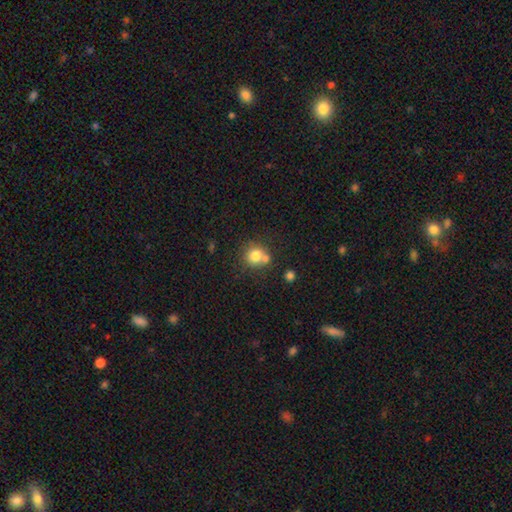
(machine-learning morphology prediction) Smooth or featured?
  - smooth: 77% *
  - star or artifact: 11%
  - featured or disk: 11%
How rounded?
  - round: 84% *
  - in between: 15%
  - cigar-shaped: 1%
Merging?
  - none: 55% *
  - merger: 31%
  - minor disturbance: 11%
  - major disturbance: 4%